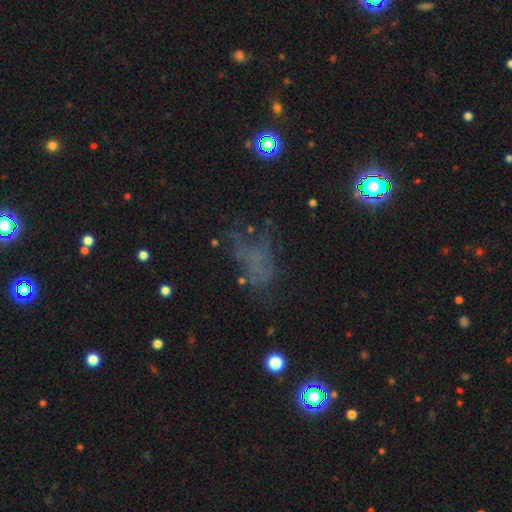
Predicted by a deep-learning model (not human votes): Q: Smooth or featured?
A: star or artifact (36%); runner-up: smooth (32%)